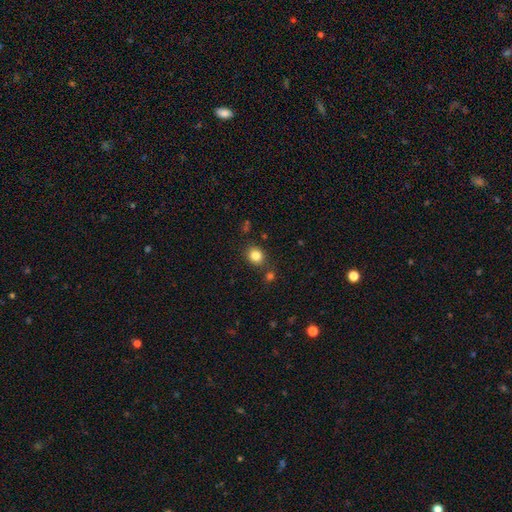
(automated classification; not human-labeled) The model was most divided on "how rounded": round: 69%, in between: 30%, cigar-shaped: 1%. More confident: smooth or featured — smooth (83%); merging — none (81%).